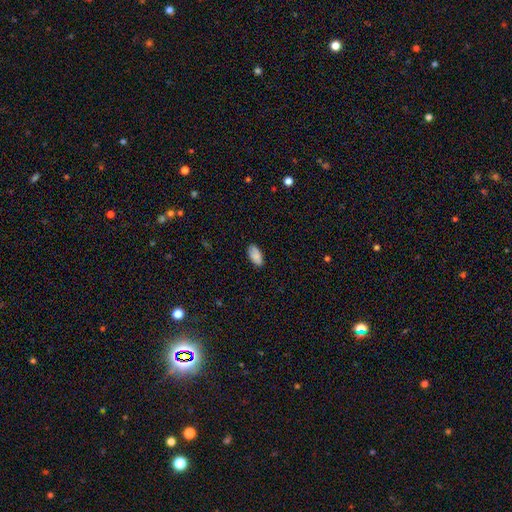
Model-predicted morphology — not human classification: smooth_or_featured: smooth (p=0.88) [alt: star or artifact p=0.07]
how_rounded: in between (p=0.94) [alt: cigar-shaped p=0.04]
merging: none (p=0.86) [alt: minor disturbance p=0.11]